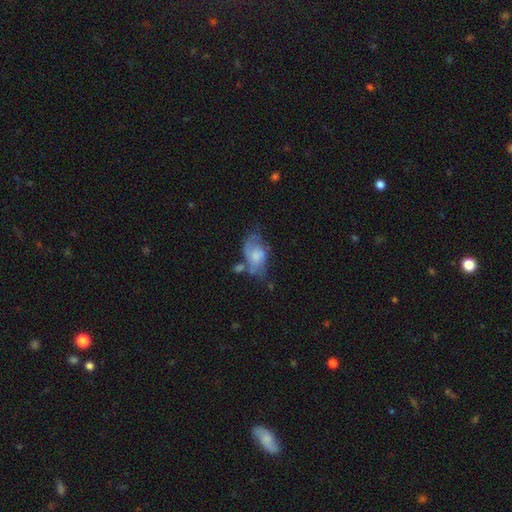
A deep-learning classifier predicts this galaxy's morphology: A featured or disk galaxy (48%).

Vote fractions:
- Smooth or featured? featured or disk: 48% / smooth: 44% / star or artifact: 8%
- Merging? none: 30% / minor disturbance: 27% / major disturbance: 27% / merger: 16%